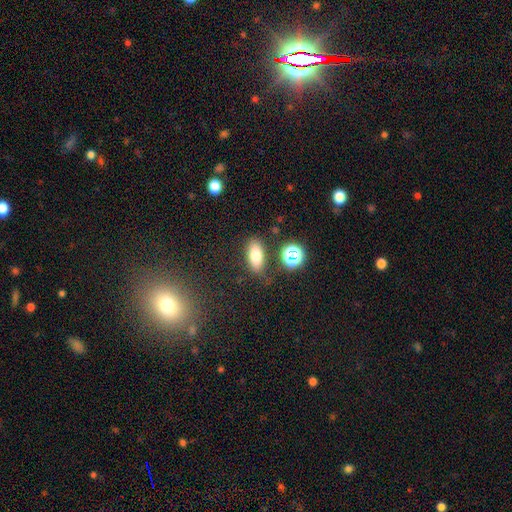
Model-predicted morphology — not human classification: type=smooth (75%); roundness=in between (80%); merging=none (76%).